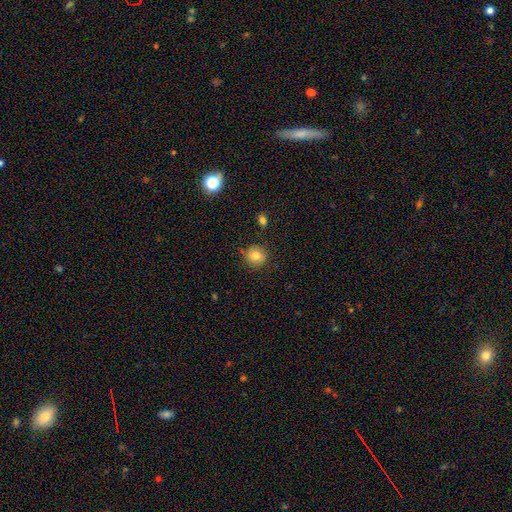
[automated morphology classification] Q: Smooth or featured?
A: smooth (78%); runner-up: featured or disk (11%)
Q: How rounded?
A: round (89%); runner-up: in between (10%)
Q: Merging?
A: none (81%); runner-up: minor disturbance (13%)